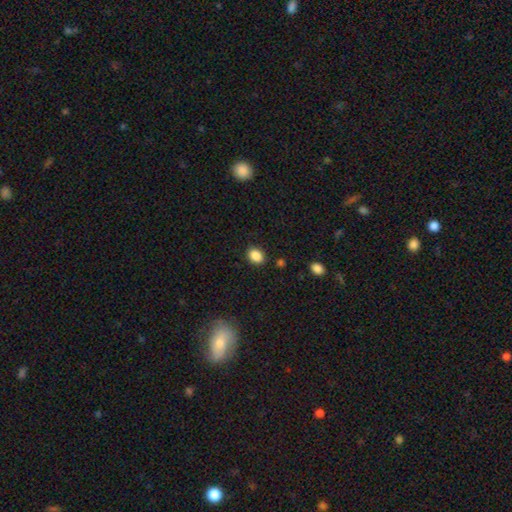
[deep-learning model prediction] Smooth or featured? Predicted: smooth (p=0.87). How rounded? Predicted: in between (p=0.57). Merging? Predicted: none (p=0.88).